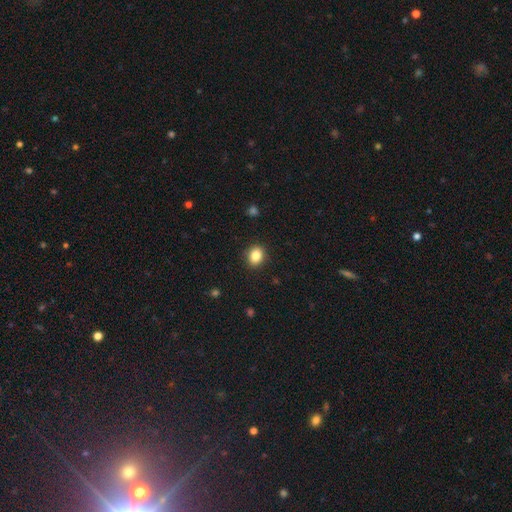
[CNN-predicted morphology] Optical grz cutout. It shows a smooth galaxy with no disk features (84%) that is round (63%). Merging: none (90%).